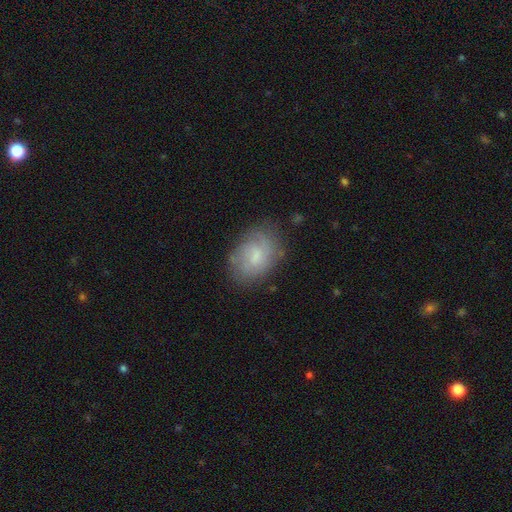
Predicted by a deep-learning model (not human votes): Overall: featured or disk (47%; smooth 45%). Merging: none (70%).